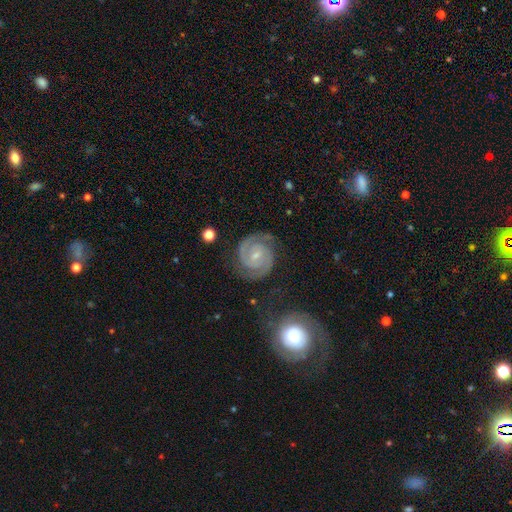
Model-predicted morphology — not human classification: A featured or disk galaxy (90%) with a weak bar (47%), 2 (90%) tight (65%) spiral arms (98%) and a small central bulge (69%).

Vote fractions:
- Smooth or featured? featured or disk: 90% / smooth: 5% / star or artifact: 5%
- Edge-on disk? no: 98% / yes: 2%
- Bar? weak: 47% / no: 36% / strong: 17%
- Spiral arms? yes: 98% / no: 2%
- Spiral winding? tight: 65% / medium: 31% / loose: 4%
- Spiral arm count? 2: 90% / 3: 4% / can't tell: 3% / 1: 1% / 4: 1% / more than 4: 1%
- Bulge size? small: 69% / moderate: 25% / none: 4% / large: 1% / dominant: 1%
- Merging? none: 81% / minor disturbance: 13% / major disturbance: 4% / merger: 3%